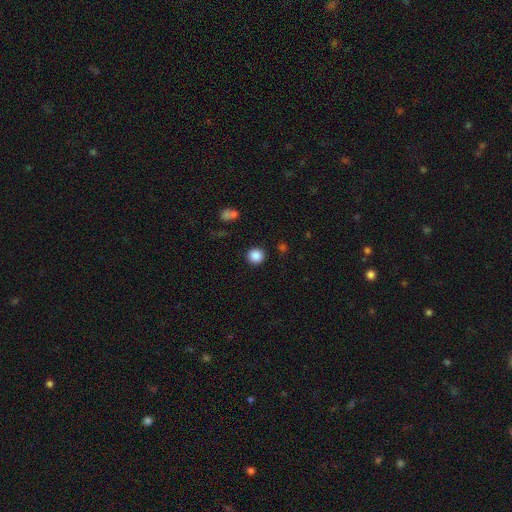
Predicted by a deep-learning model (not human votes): Overall: smooth (87%). How rounded: round (94%). Merging: none (91%).